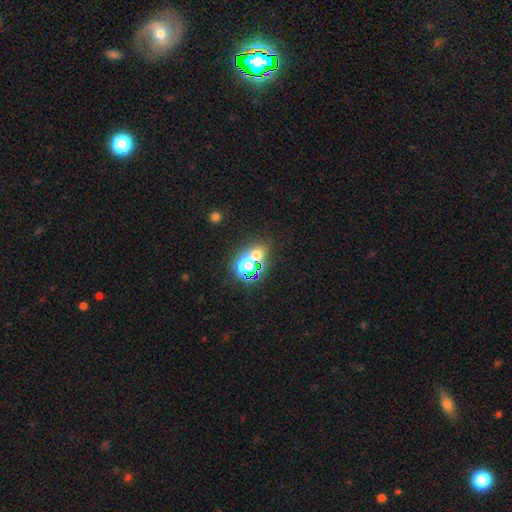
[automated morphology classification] Smooth or featured? smooth (46%)
Merging? none (60%)